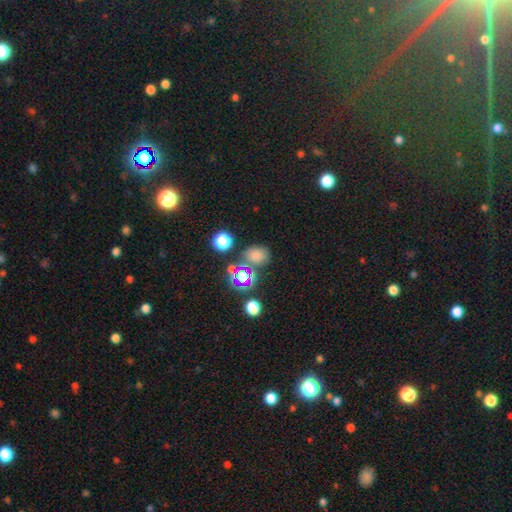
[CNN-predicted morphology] type=smooth (67%); roundness=round (50%); merging=none (67%).